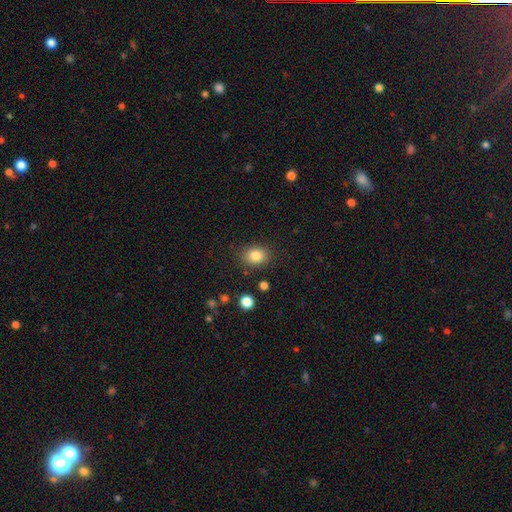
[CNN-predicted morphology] Smooth or featured? smooth (84%)
How rounded? in between (53%)
Merging? none (85%)